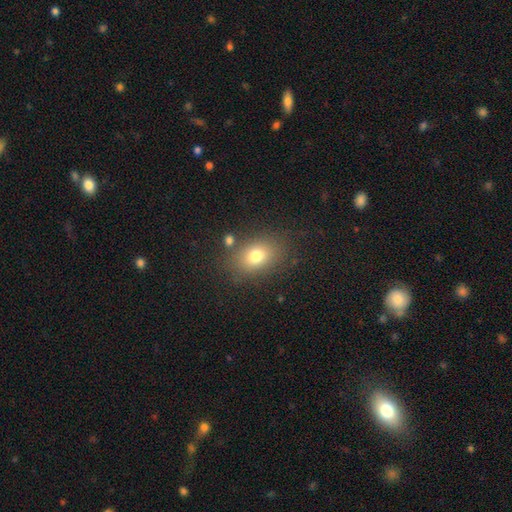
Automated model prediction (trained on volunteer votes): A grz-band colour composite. It shows a smooth galaxy with no disk features (77%) that is in between round and cigar-shaped (71%). Merging: none (78%).